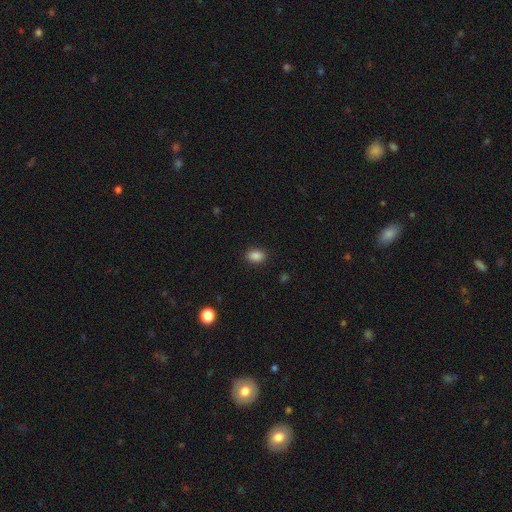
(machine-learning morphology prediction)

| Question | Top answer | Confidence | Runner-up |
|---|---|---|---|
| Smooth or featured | smooth | 87% | star or artifact (9%) |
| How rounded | in between | 77% | round (22%) |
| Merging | none | 89% | minor disturbance (8%) |